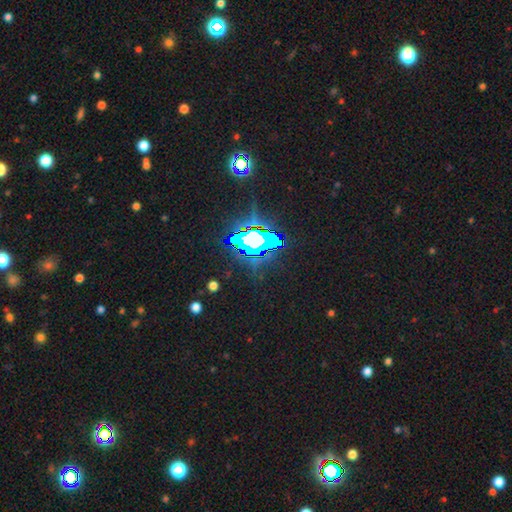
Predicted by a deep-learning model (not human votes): Q: Smooth or featured?
A: star or artifact (83%); runner-up: smooth (10%)